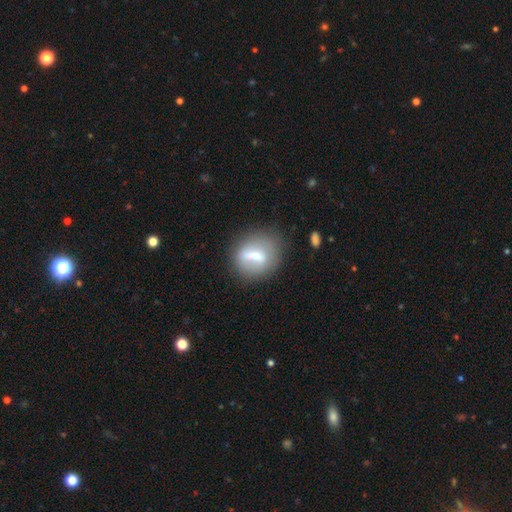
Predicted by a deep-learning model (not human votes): Morphology: type=smooth (48%); merging=none (74%).